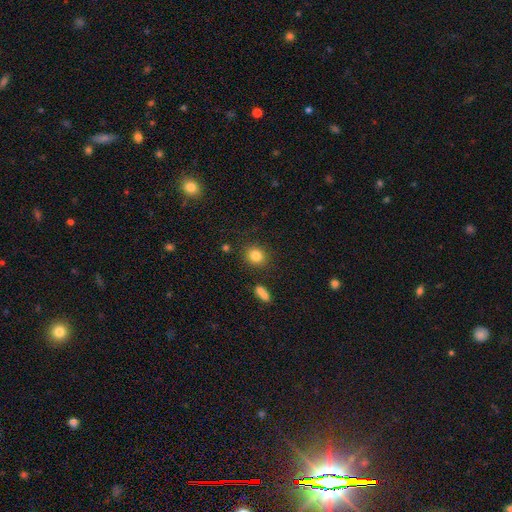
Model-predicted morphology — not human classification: Overall: smooth (84%). How rounded: round (77%). Merging: none (84%).